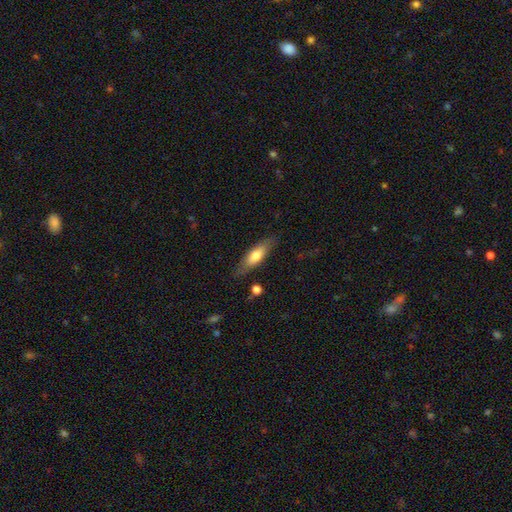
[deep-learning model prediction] Smooth or featured? smooth (65%)
How rounded? cigar-shaped (49%, tied with in between)
Merging? none (79%)